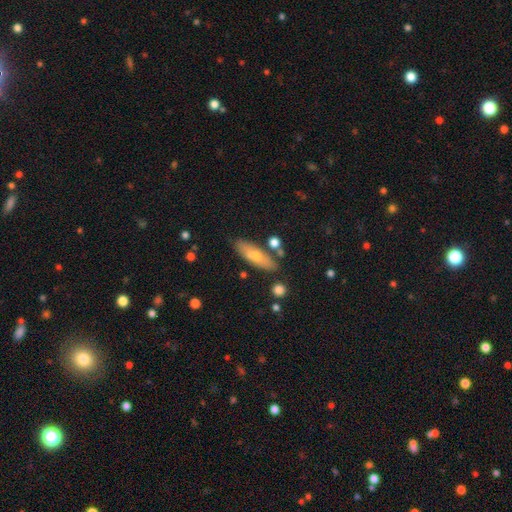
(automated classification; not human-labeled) smooth_or_featured: smooth (p=0.61) [alt: featured or disk p=0.33]
how_rounded: cigar-shaped (p=0.49) [alt: in between p=0.48]
merging: none (p=0.76) [alt: minor disturbance p=0.14]